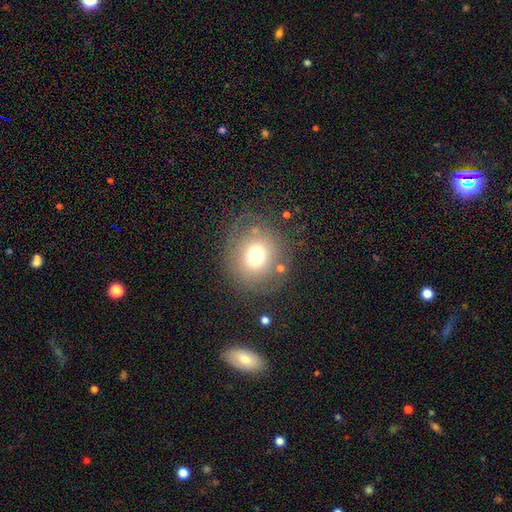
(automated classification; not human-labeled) A smooth galaxy with no disk features (65%) that is round (86%). Merging: none (75%).